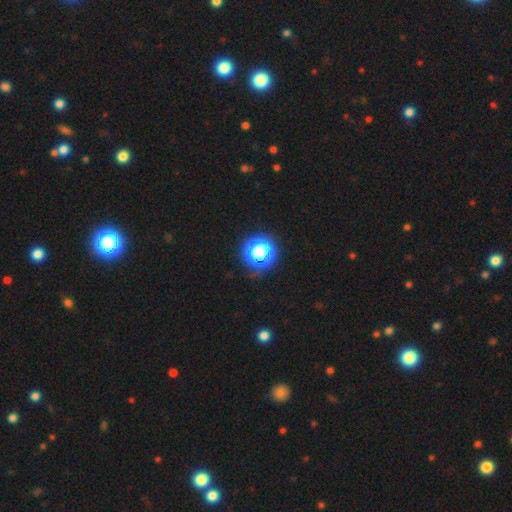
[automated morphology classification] Smooth or featured: star or artifact — 74% (smooth — 20%)